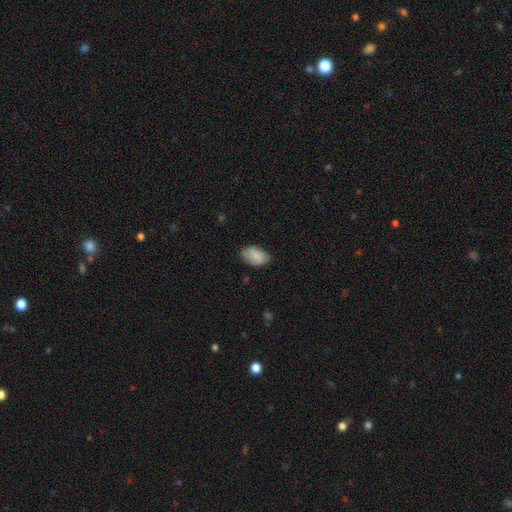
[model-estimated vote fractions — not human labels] Smooth or featured?
  - smooth: 81% *
  - featured or disk: 12%
  - star or artifact: 7%
How rounded?
  - in between: 91% *
  - round: 7%
  - cigar-shaped: 1%
Merging?
  - none: 72% *
  - minor disturbance: 23%
  - major disturbance: 4%
  - merger: 1%